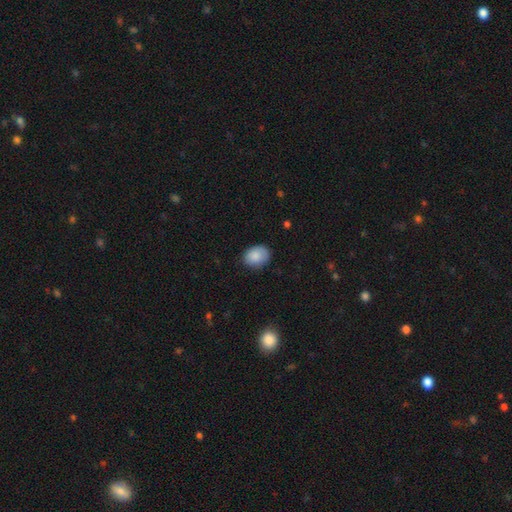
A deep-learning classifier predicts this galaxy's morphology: type=smooth (87%); roundness=in between (69%); merging=none (80%).